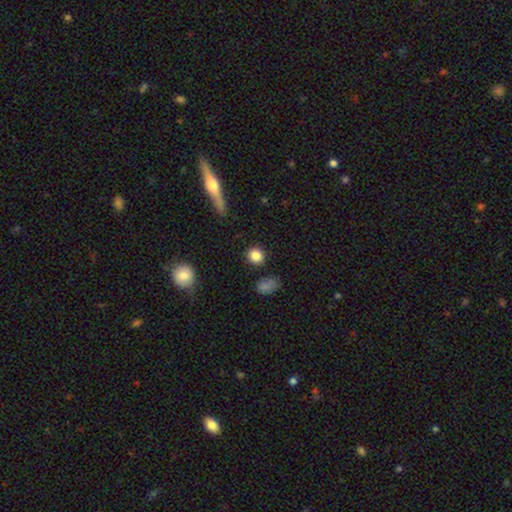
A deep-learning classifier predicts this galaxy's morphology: Overall: smooth (85%). How rounded: round (85%). Merging: none (86%).